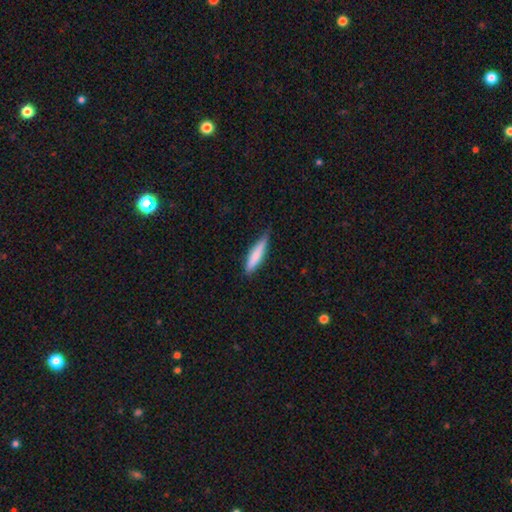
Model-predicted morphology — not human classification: Smooth or featured? Predicted: smooth (p=0.75). How rounded? Predicted: cigar-shaped (p=0.80). Merging? Predicted: none (p=0.68).